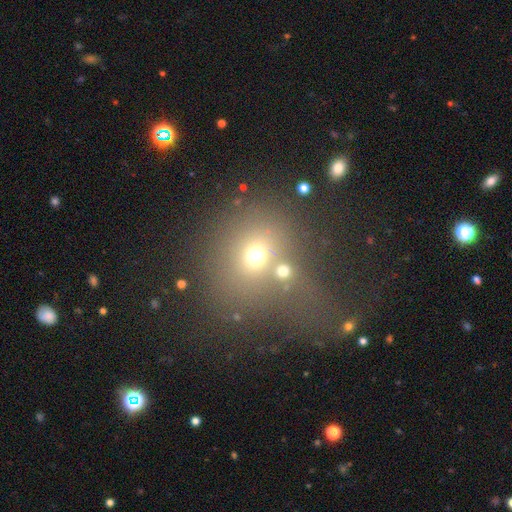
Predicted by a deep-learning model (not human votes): Smooth or featured? smooth (64%)
How rounded? round (70%)
Merging? none (52%)